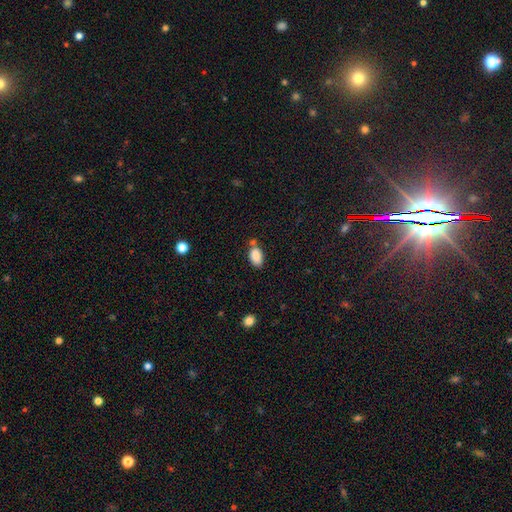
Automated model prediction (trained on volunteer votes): This appears to be a smooth galaxy with no disk features (87%) that is in between round and cigar-shaped (91%). Merging: none (63%).